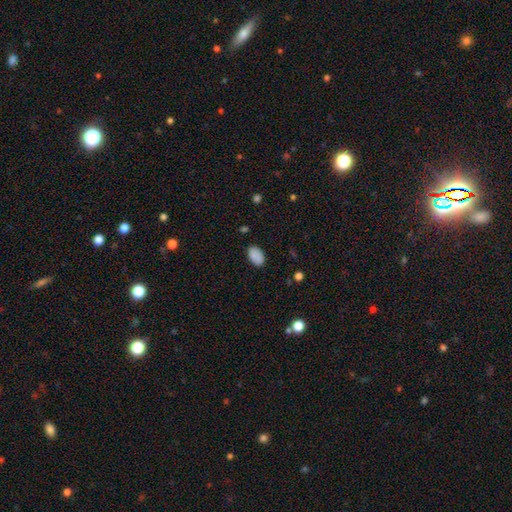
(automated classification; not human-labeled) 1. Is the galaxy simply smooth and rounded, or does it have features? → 86% smooth, 8% star or artifact, 6% featured or disk.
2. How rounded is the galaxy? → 93% in between, 6% round, 1% cigar-shaped.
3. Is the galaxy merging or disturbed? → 82% none, 14% minor disturbance, 3% major disturbance, 2% merger.